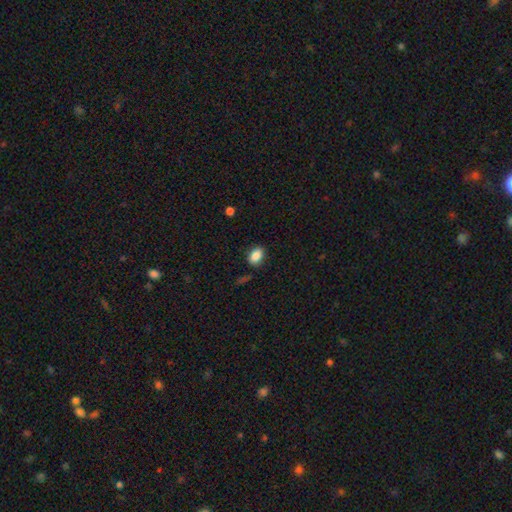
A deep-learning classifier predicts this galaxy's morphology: Overall: smooth (87%). How rounded: in between (81%). Merging: none (81%).